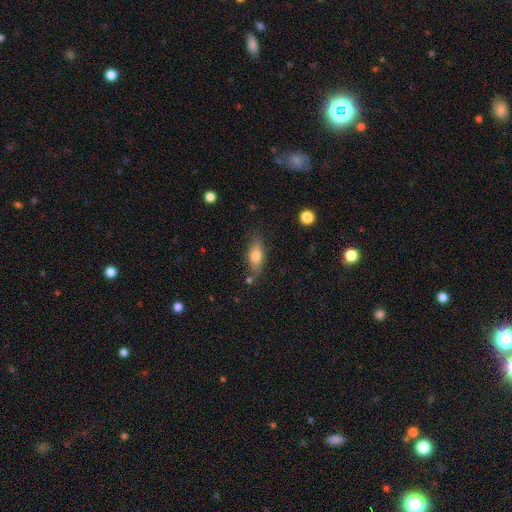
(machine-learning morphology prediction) Smooth or featured: smooth — 66% (featured or disk — 26%)
How rounded: in between — 74% (cigar-shaped — 22%)
Merging: none — 74% (minor disturbance — 17%)